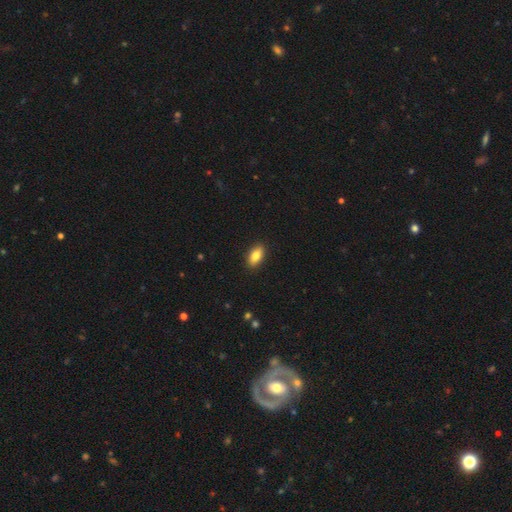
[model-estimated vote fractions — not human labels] Morphology: type=smooth (84%); roundness=in between (89%); merging=none (90%).